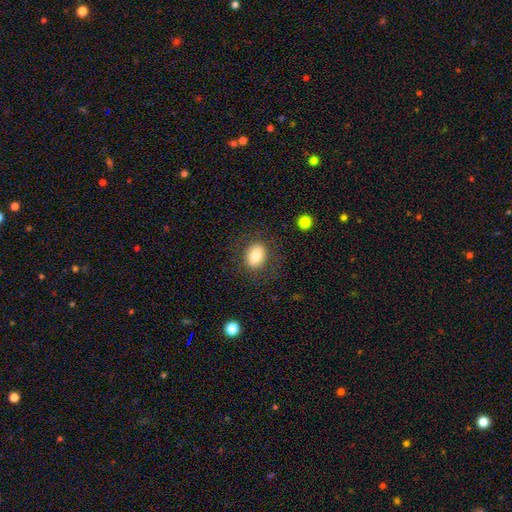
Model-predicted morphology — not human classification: smooth-or-featured: smooth: 79% | featured or disk: 13% | star or artifact: 8%
  how-rounded: in between: 56% | round: 43% | cigar-shaped: 1%
  merging: none: 82% | minor disturbance: 11% | major disturbance: 6% | merger: 1%